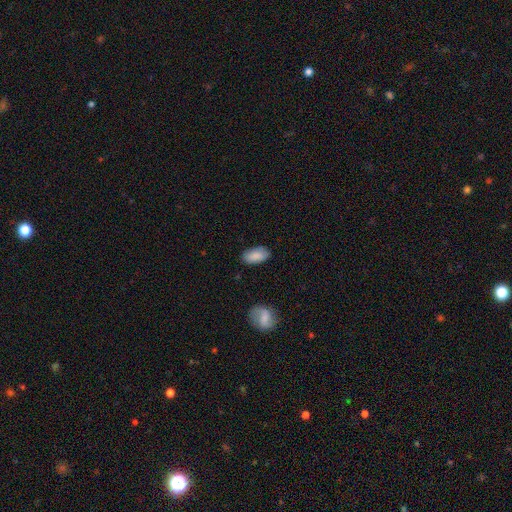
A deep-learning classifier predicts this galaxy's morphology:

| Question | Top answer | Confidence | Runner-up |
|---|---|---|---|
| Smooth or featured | smooth | 87% | featured or disk (7%) |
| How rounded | in between | 94% | cigar-shaped (3%) |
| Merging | none | 83% | minor disturbance (12%) |